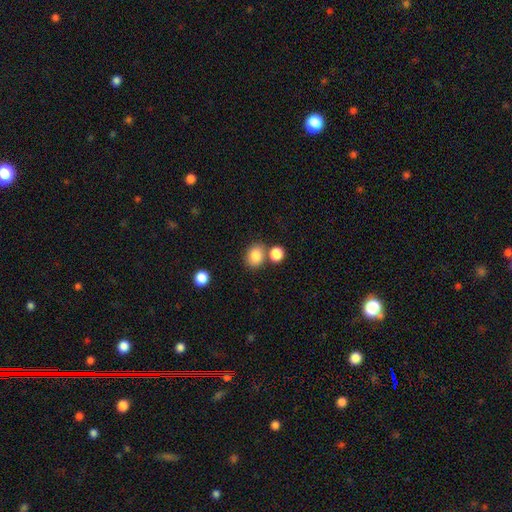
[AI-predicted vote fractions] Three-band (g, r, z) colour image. It shows a smooth galaxy with no disk features (85%) that is round (59%). Merging: none (65%).